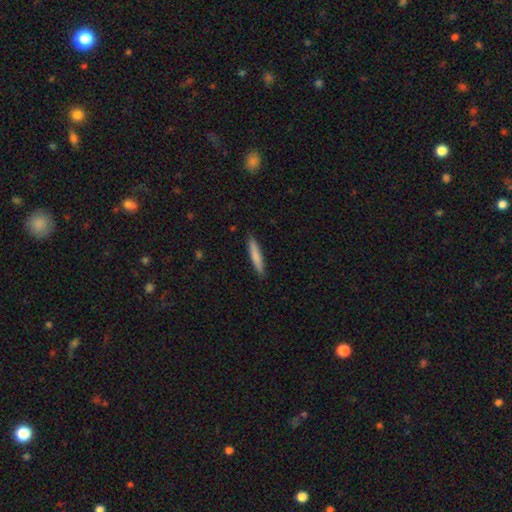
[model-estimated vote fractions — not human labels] Smooth or featured? smooth (79%)
How rounded? cigar-shaped (92%)
Merging? none (89%)